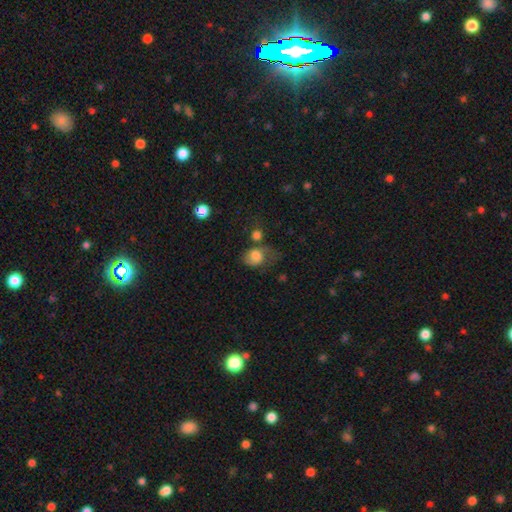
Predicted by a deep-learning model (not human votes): Q: Smooth or featured?
A: smooth (71%); runner-up: featured or disk (19%)
Q: How rounded?
A: in between (50%); runner-up: round (49%)
Q: Merging?
A: none (35%); runner-up: minor disturbance (25%)